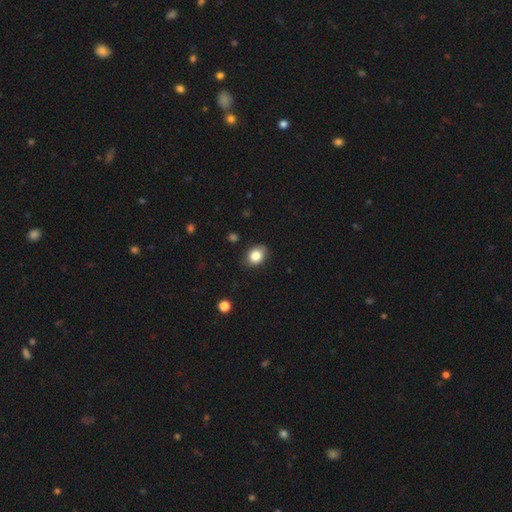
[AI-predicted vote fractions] Smooth or featured? smooth (84%)
How rounded? in between (59%)
Merging? none (82%)